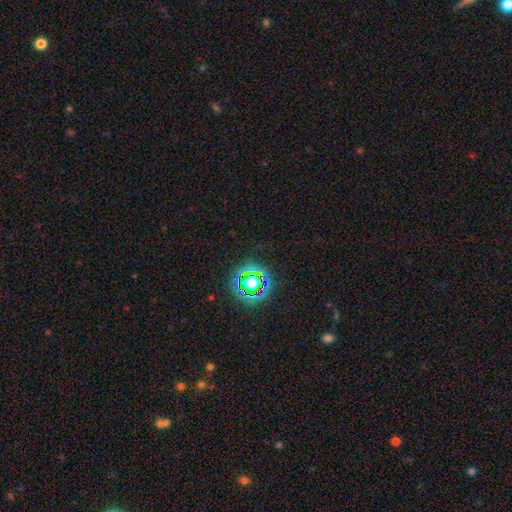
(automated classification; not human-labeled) star or artifact 78%, smooth 14%, featured or disk 8%.